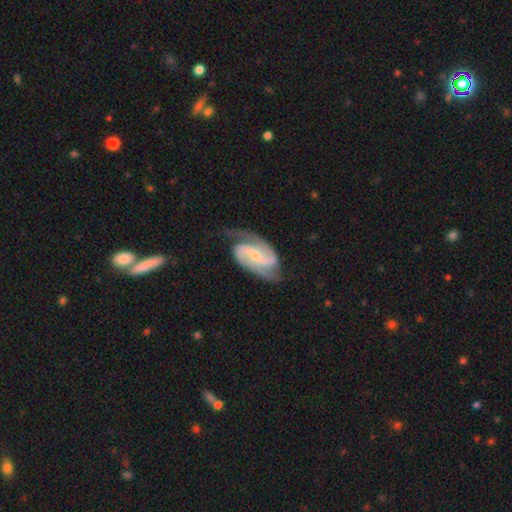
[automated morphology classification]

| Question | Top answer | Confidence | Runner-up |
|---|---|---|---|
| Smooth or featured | featured or disk | 90% | smooth (5%) |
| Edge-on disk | no | 97% | yes (3%) |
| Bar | weak | 37% | no (34%) |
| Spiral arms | yes | 98% | no (2%) |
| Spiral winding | medium | 53% | tight (28%) |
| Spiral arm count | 2 | 88% | 3 (4%) |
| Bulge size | small | 69% | moderate (25%) |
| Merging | none | 71% | minor disturbance (19%) |